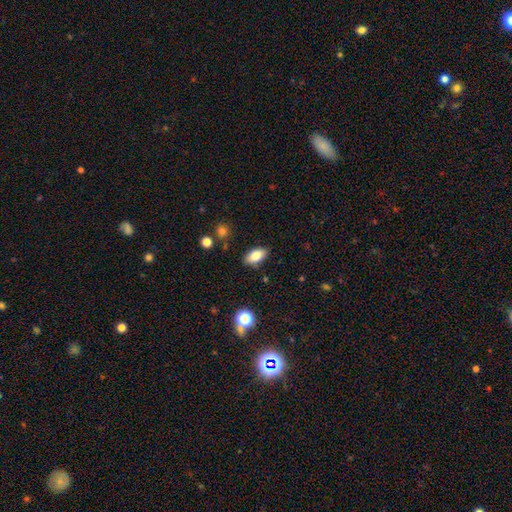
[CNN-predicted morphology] smooth-or-featured: smooth: 81% | featured or disk: 11% | star or artifact: 8%
  how-rounded: in between: 90% | cigar-shaped: 6% | round: 4%
  merging: none: 85% | minor disturbance: 10% | major disturbance: 2% | merger: 2%